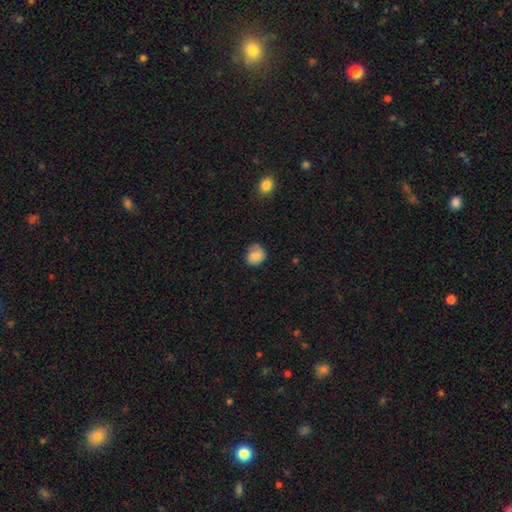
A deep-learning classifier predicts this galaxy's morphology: A smooth galaxy with no disk features (79%) that is round (72%).

Vote fractions:
- Smooth or featured? smooth: 79% / featured or disk: 12% / star or artifact: 9%
- How rounded? round: 72% / in between: 27% / cigar-shaped: 1%
- Merging? none: 65% / minor disturbance: 26% / major disturbance: 6% / merger: 3%